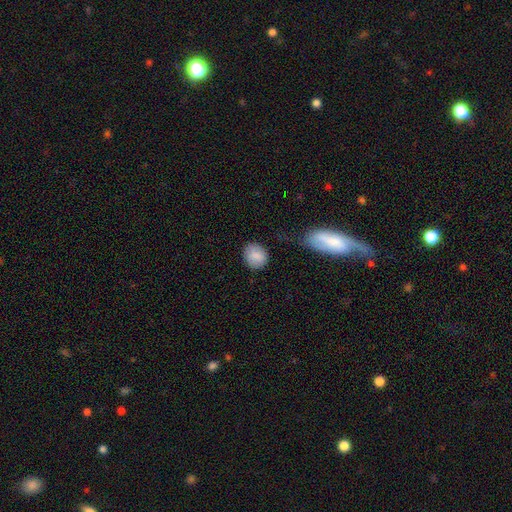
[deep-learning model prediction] Smooth or featured?
  - smooth: 84% *
  - featured or disk: 8%
  - star or artifact: 7%
How rounded?
  - round: 69% *
  - in between: 29%
  - cigar-shaped: 1%
Merging?
  - none: 78% *
  - minor disturbance: 14%
  - major disturbance: 4%
  - merger: 4%